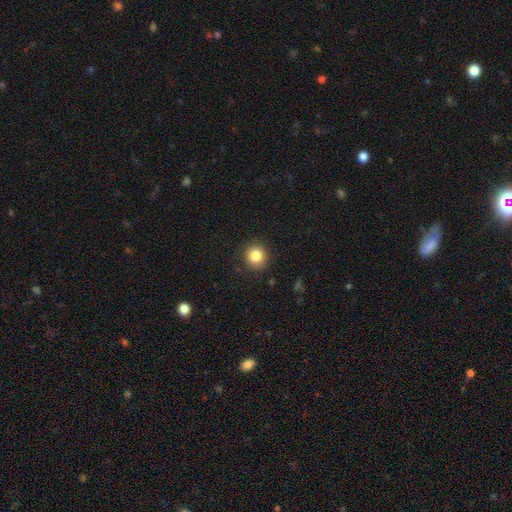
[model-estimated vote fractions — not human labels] smooth-or-featured: smooth: 84% | star or artifact: 10% | featured or disk: 6%
  how-rounded: round: 92% | in between: 7% | cigar-shaped: 1%
  merging: none: 90% | minor disturbance: 7% | major disturbance: 2% | merger: 1%